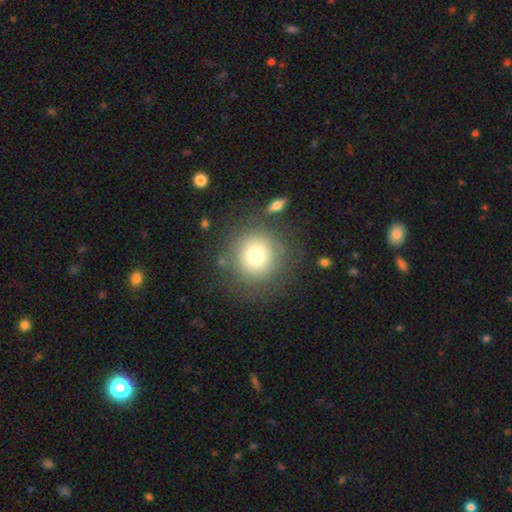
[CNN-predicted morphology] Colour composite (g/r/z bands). It shows a smooth galaxy with no disk features (74%) that is round (91%). Merging: none (79%).